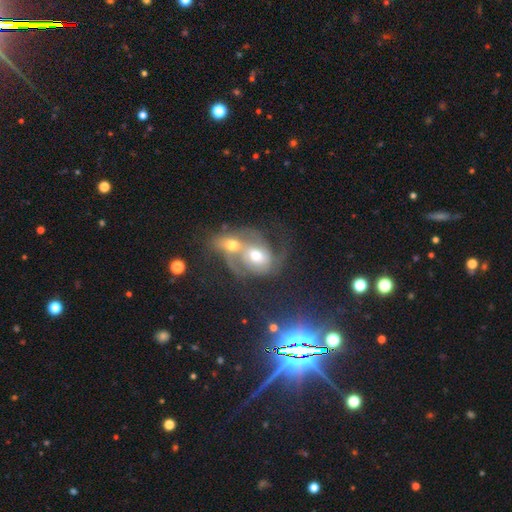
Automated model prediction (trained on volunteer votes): This appears to be a featured or disk galaxy (62%) with no bar (62%), spiral arms (82%) and a moderate central bulge (65%). Merging: merger (71%).